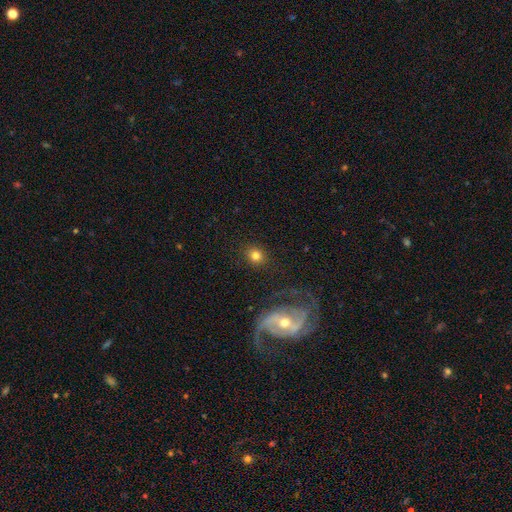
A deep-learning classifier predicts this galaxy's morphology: The model was most divided on "how rounded": round: 74%, in between: 25%, cigar-shaped: 1%. More confident: merging — none (87%); smooth or featured — smooth (76%).